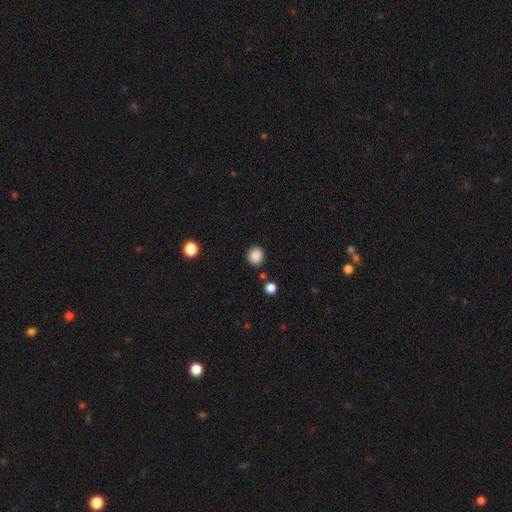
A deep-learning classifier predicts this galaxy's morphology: A smooth galaxy with no disk features (87%) that is round (74%).

Vote fractions:
- Smooth or featured? smooth: 87% / star or artifact: 10% / featured or disk: 3%
- How rounded? round: 74% / in between: 25% / cigar-shaped: 1%
- Merging? none: 84% / minor disturbance: 9% / merger: 4% / major disturbance: 3%